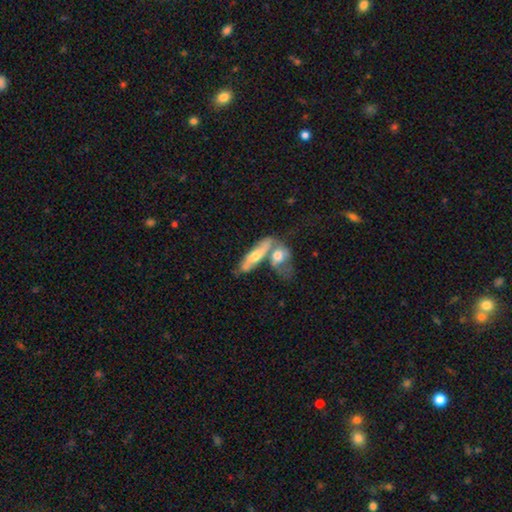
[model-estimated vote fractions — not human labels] Q: Smooth or featured?
A: featured or disk (54%); runner-up: smooth (39%)
Q: Edge-on disk?
A: yes (55%); runner-up: no (45%)
Q: Merging?
A: merger (50%); runner-up: none (33%)